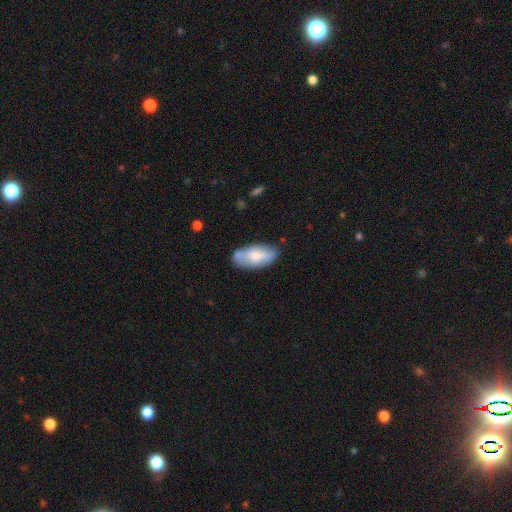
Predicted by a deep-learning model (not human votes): A smooth galaxy with no disk features (67%) that is in between round and cigar-shaped (92%).

Vote fractions:
- Smooth or featured? smooth: 67% / featured or disk: 27% / star or artifact: 6%
- How rounded? in between: 92% / cigar-shaped: 6% / round: 2%
- Merging? none: 64% / minor disturbance: 23% / merger: 8% / major disturbance: 5%